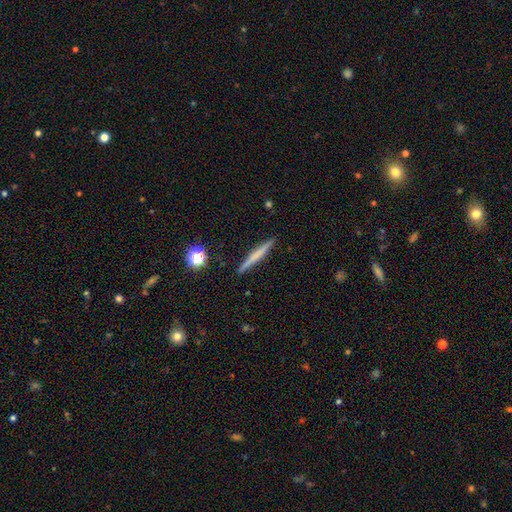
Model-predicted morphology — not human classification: Smooth or featured: smooth — 52% (featured or disk — 41%)
How rounded: cigar-shaped — 96% (in between — 3%)
Merging: none — 91% (minor disturbance — 6%)